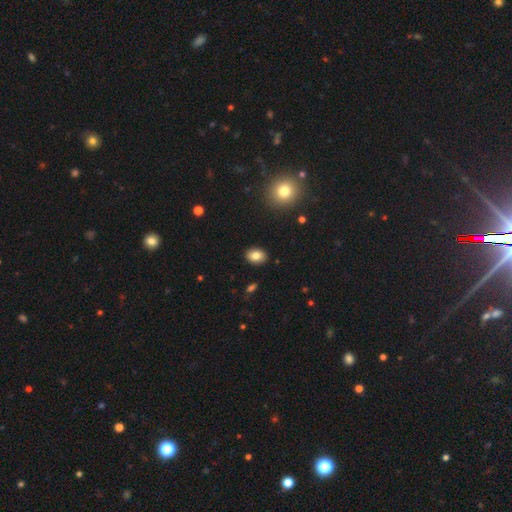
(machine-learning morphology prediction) The model was most divided on "how rounded": in between: 74%, round: 24%, cigar-shaped: 1%. More confident: merging — none (90%); smooth or featured — smooth (83%).